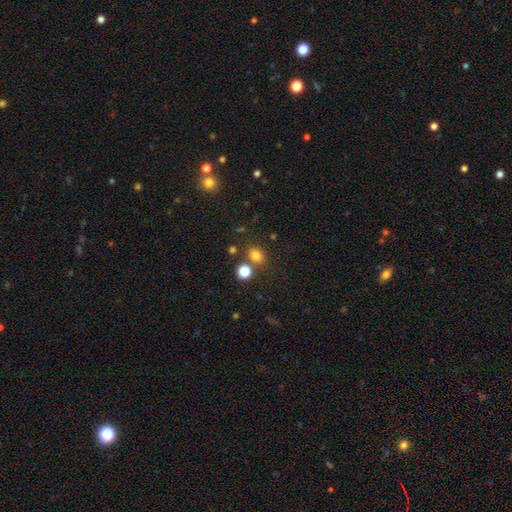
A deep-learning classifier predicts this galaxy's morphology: Smooth or featured? Predicted: smooth (p=0.78). How rounded? Predicted: round (p=0.59). Merging? Predicted: none (p=0.74).